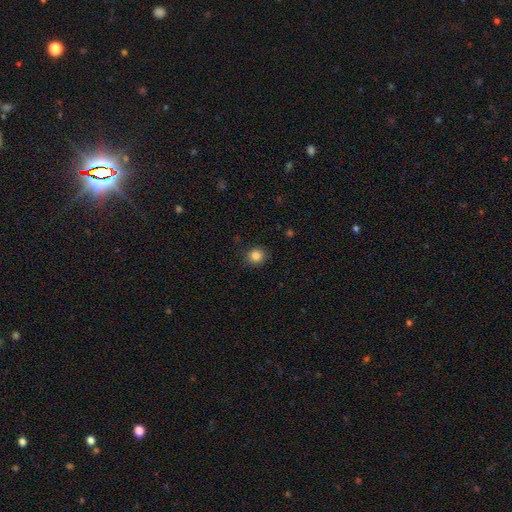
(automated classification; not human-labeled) Morphology: type=smooth (85%); roundness=round (87%); merging=none (88%).